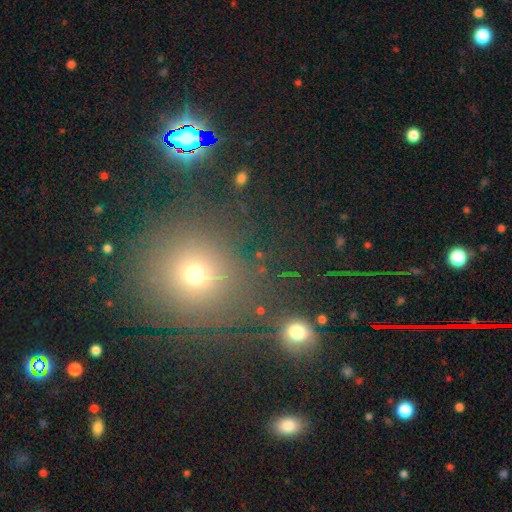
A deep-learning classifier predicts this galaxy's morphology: Q: Smooth or featured?
A: smooth (47%); runner-up: star or artifact (42%)
Q: Merging?
A: none (83%); runner-up: minor disturbance (8%)